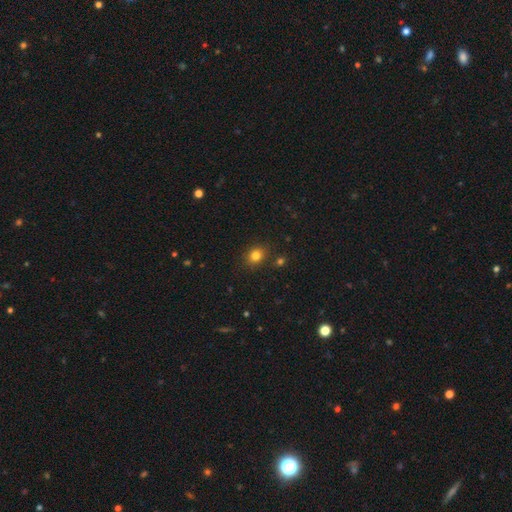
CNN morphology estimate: The model was most divided on "how rounded": round: 61%, in between: 38%, cigar-shaped: 1%. More confident: merging — none (84%); smooth or featured — smooth (80%).